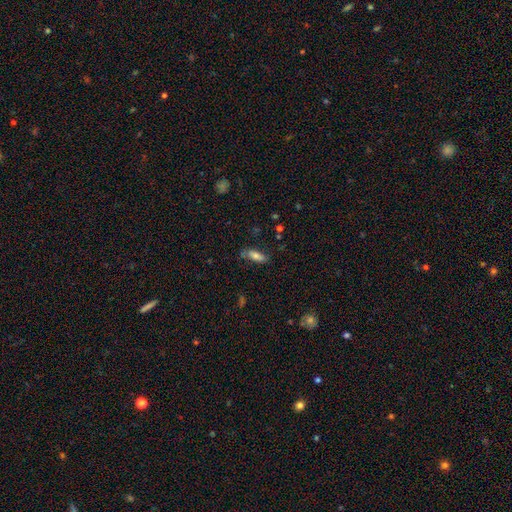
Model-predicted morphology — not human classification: Overall: smooth (72%). How rounded: in between (64%; cigar-shaped 34%). Merging: none (71%).